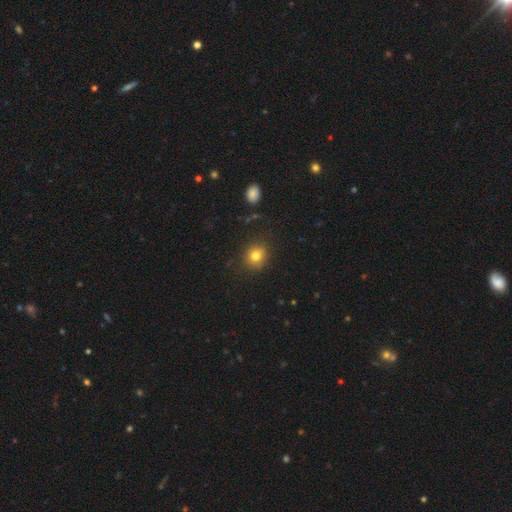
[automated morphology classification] Smooth or featured? Predicted: smooth (p=0.80). How rounded? Predicted: round (p=0.78). Merging? Predicted: none (p=0.86).